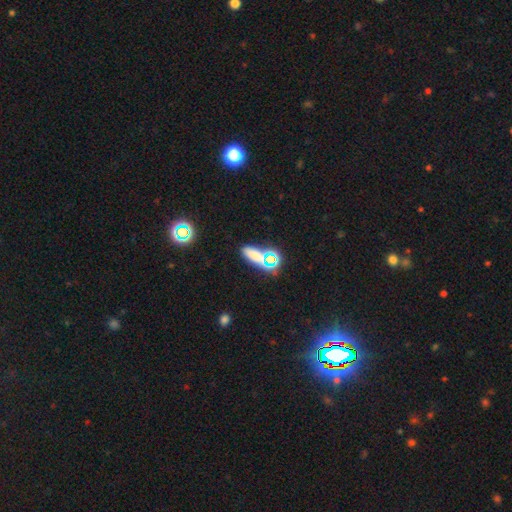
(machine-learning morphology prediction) Overall: smooth (56%; star or artifact 32%). How rounded: in between (67%). Merging: none (61%).